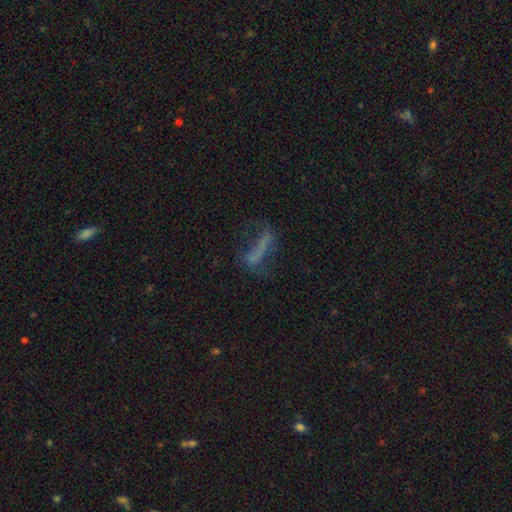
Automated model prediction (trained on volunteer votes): This is possibly a smooth galaxy (47%). Merging: marginally none (41%).